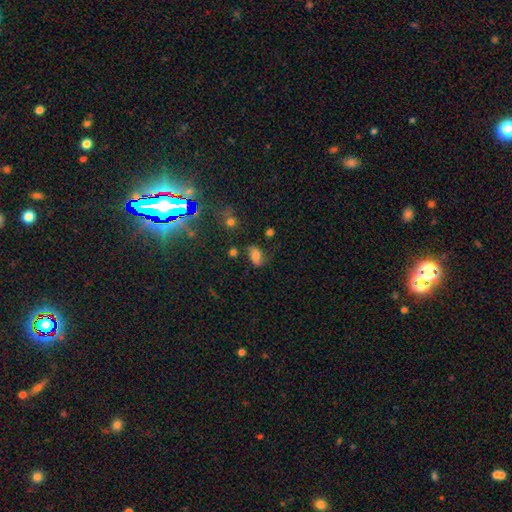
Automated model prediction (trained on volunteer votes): Smooth or featured: smooth — 61% (featured or disk — 25%)
How rounded: in between — 85% (round — 12%)
Merging: none — 54% (minor disturbance — 27%)